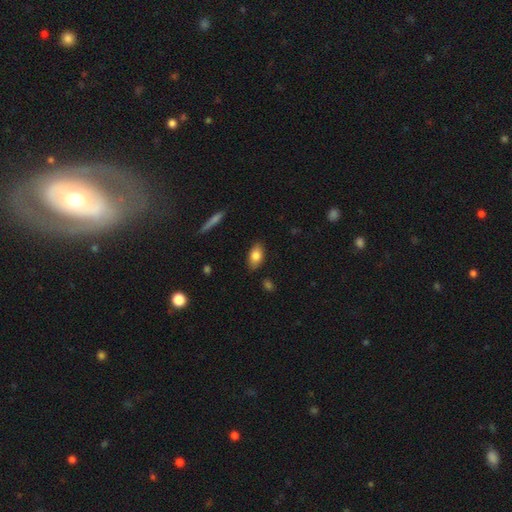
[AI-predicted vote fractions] Smooth or featured? Predicted: smooth (p=0.80). How rounded? Predicted: in between (p=0.89). Merging? Predicted: none (p=0.86).